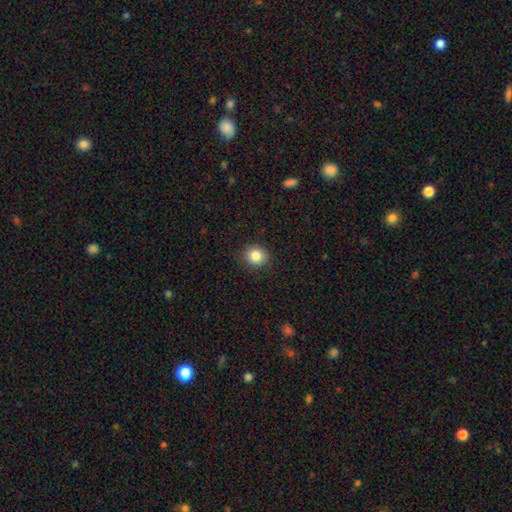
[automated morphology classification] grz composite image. It shows a smooth galaxy with no disk features (84%) that is round (83%). Merging: none (90%).